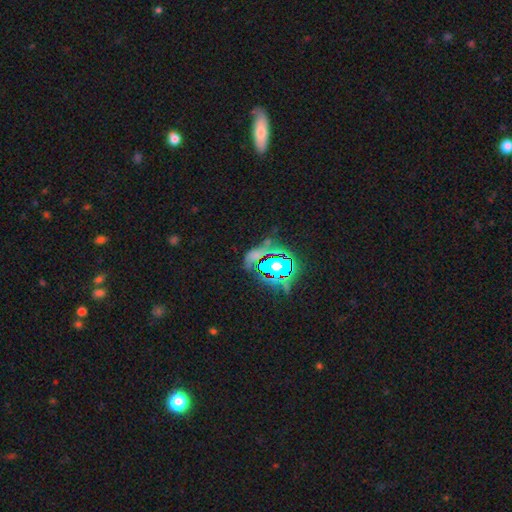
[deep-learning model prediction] star or artifact 54%, smooth 27%, featured or disk 19%.